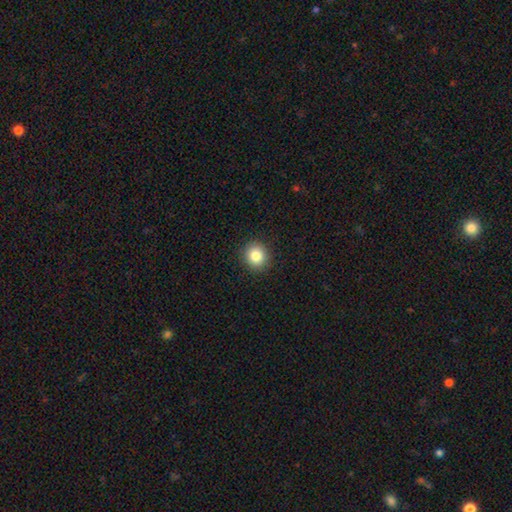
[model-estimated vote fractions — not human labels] Q: Smooth or featured?
A: smooth (84%); runner-up: star or artifact (10%)
Q: How rounded?
A: round (88%); runner-up: in between (11%)
Q: Merging?
A: none (92%); runner-up: minor disturbance (6%)